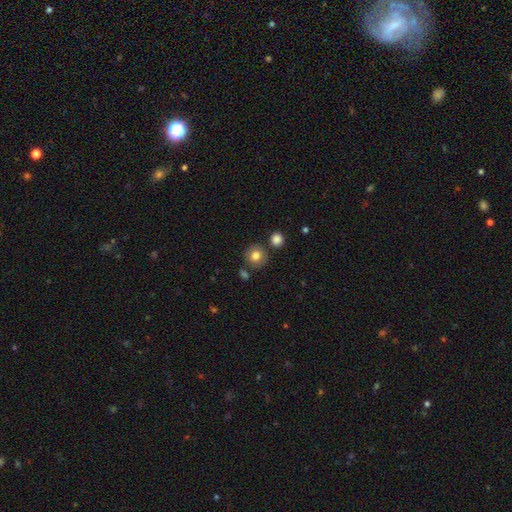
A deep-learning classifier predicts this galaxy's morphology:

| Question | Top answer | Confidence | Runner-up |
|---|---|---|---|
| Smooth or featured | smooth | 79% | featured or disk (11%) |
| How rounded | round | 87% | in between (12%) |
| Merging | none | 78% | minor disturbance (11%) |